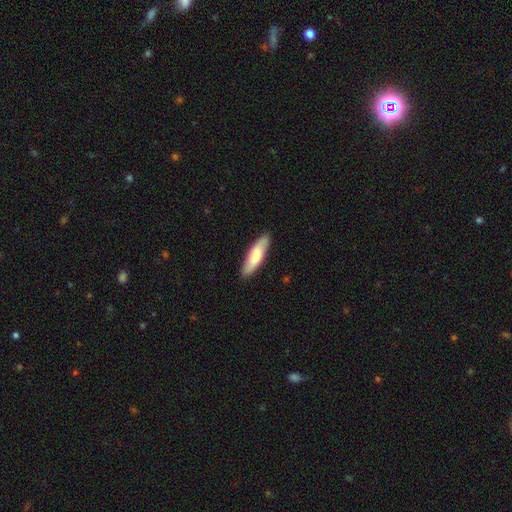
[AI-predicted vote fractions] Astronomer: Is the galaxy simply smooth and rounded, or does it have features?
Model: smooth — 69%.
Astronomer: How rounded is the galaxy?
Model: cigar-shaped — 61% (runner-up: in between, 37%).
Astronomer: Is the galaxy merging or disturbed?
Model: none — 89%.